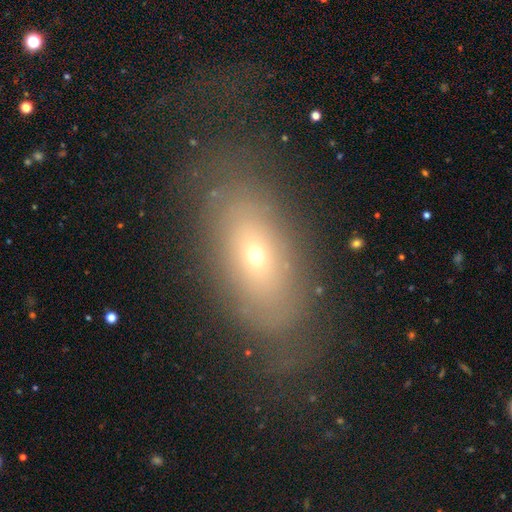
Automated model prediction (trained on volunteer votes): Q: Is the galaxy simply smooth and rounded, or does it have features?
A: smooth — 55%.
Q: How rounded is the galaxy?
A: in between — 79%.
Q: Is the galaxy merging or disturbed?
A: none — 67%.